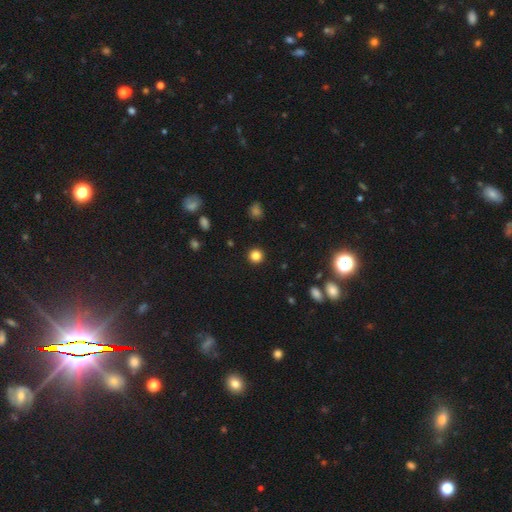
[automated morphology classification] This appears to be a smooth galaxy with no disk features (83%) that is round (95%). Merging: none (93%).